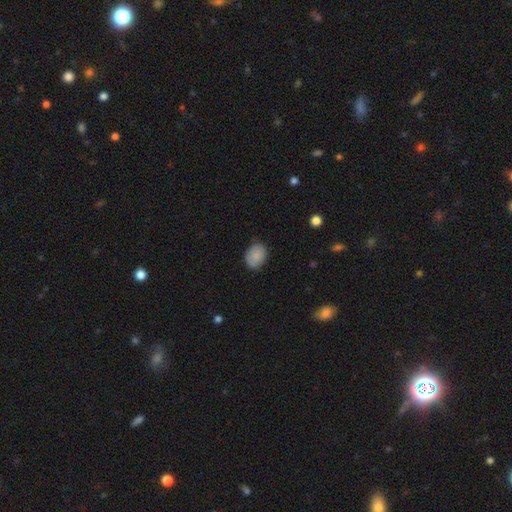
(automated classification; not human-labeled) Smooth or featured?
  - smooth: 87% *
  - star or artifact: 8%
  - featured or disk: 5%
How rounded?
  - in between: 69% *
  - round: 30%
  - cigar-shaped: 1%
Merging?
  - none: 80% *
  - minor disturbance: 16%
  - major disturbance: 3%
  - merger: 1%